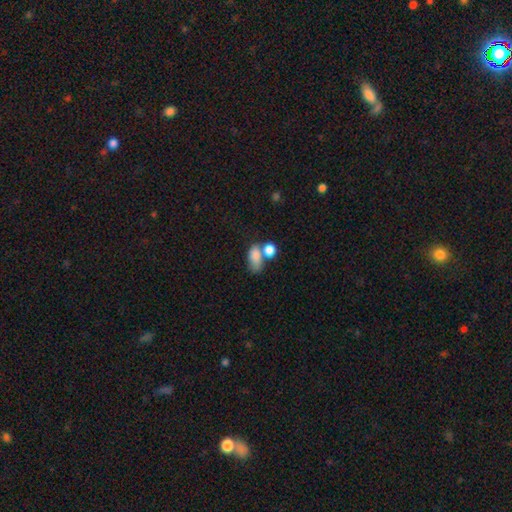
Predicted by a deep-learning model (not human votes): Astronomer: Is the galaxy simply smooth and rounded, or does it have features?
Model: smooth — 79%.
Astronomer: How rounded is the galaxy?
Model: in between — 82%.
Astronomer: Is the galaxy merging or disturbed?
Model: merger — 44% (runner-up: none, 31%).